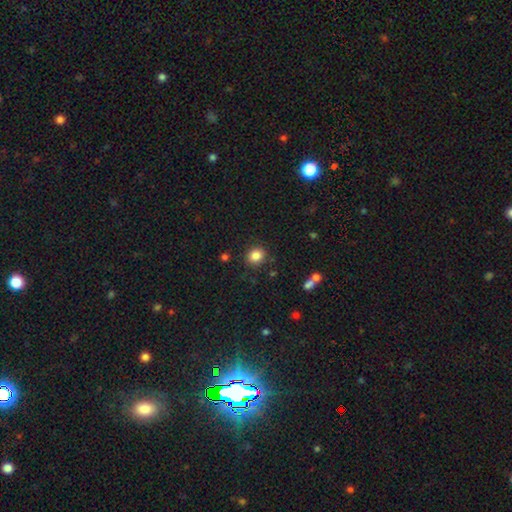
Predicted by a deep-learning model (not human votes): This is clearly a smooth galaxy (84%). How rounded: likely round (77%). Merging: clearly none (87%).